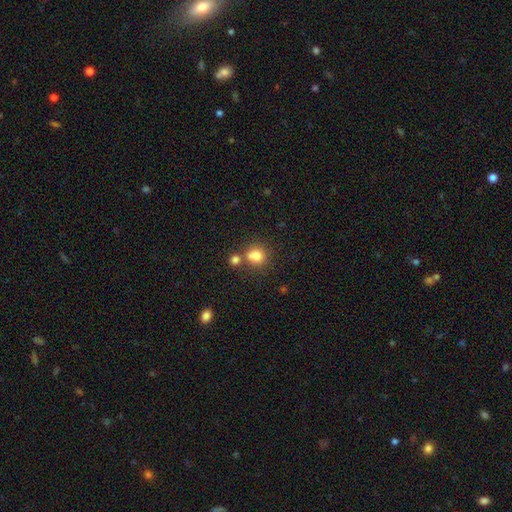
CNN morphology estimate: Smooth or featured? Predicted: smooth (p=0.80). How rounded? Predicted: round (p=0.81). Merging? Predicted: none (p=0.54).